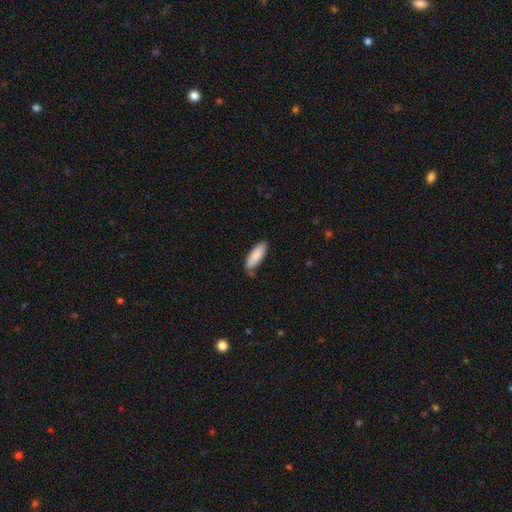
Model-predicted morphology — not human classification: Smooth or featured: smooth — 88% (featured or disk — 6%)
How rounded: in between — 67% (cigar-shaped — 32%)
Merging: none — 73% (minor disturbance — 21%)